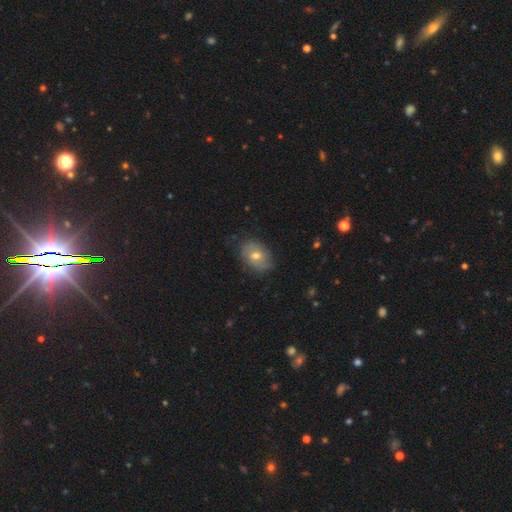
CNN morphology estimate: smooth 54%, featured or disk 37%, star or artifact 9%. Down the decision tree: how rounded — in between (71%); merging — none (72%).